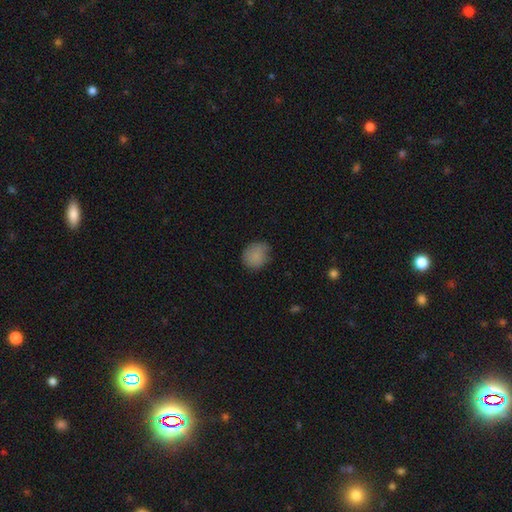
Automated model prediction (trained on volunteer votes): Q: Smooth or featured?
A: smooth (83%); runner-up: star or artifact (9%)
Q: How rounded?
A: round (72%); runner-up: in between (27%)
Q: Merging?
A: none (63%); runner-up: minor disturbance (30%)